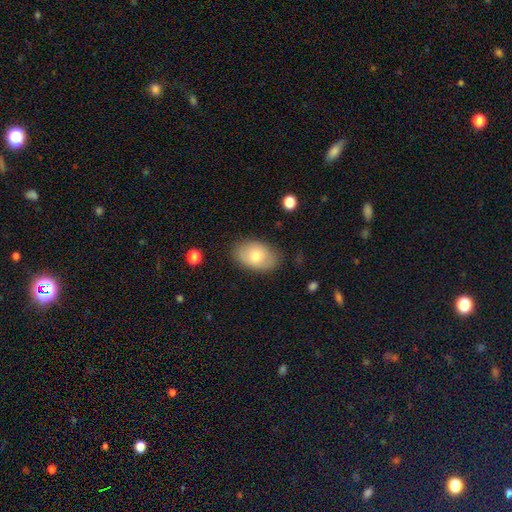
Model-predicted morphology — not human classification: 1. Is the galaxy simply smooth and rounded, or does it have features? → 73% smooth, 20% featured or disk, 7% star or artifact.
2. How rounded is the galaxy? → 88% in between, 11% round, 1% cigar-shaped.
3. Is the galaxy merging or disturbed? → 82% none, 14% minor disturbance, 3% major disturbance, 1% merger.